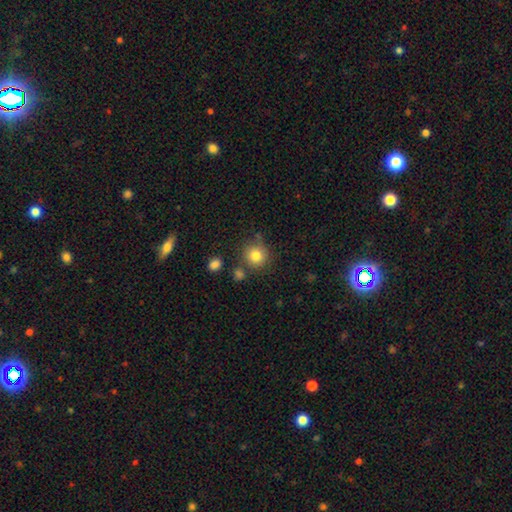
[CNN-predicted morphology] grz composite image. It shows a smooth galaxy with no disk features (82%) that is round (92%). Merging: none (77%).